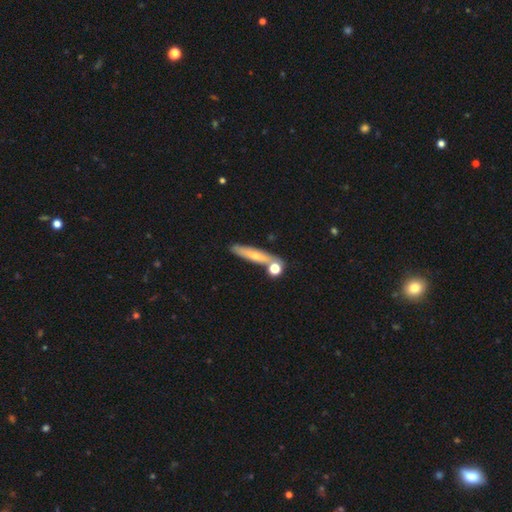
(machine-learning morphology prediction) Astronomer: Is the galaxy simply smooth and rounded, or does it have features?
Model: smooth — 59%.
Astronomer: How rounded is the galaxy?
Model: cigar-shaped — 82%.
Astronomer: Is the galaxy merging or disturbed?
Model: none — 71%.